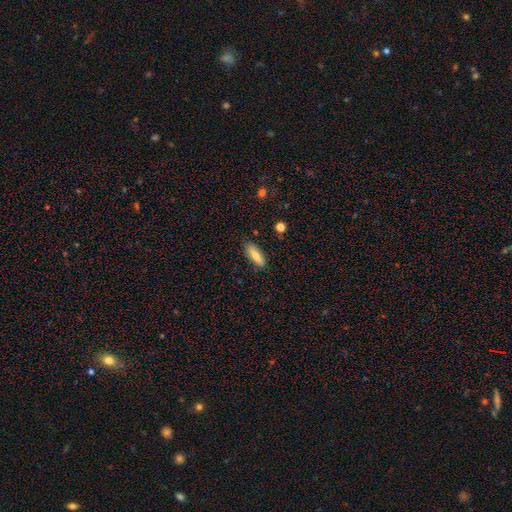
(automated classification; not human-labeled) smooth_or_featured: smooth (p=0.73) [alt: featured or disk p=0.20]
how_rounded: in between (p=0.58) [alt: cigar-shaped p=0.39]
merging: none (p=0.82) [alt: minor disturbance p=0.14]